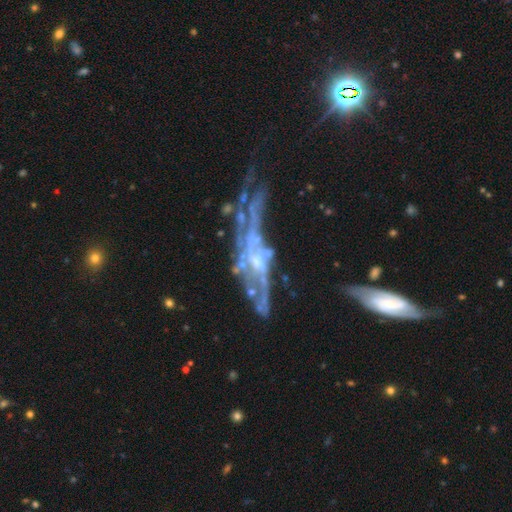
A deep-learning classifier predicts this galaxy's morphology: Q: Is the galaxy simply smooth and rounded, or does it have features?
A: featured or disk — 77%.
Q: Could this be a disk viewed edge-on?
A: no — 70%.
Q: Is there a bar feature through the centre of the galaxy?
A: no — 68%.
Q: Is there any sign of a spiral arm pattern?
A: yes — 60%.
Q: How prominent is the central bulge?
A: small — 54%.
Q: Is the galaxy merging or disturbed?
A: none — 33%.